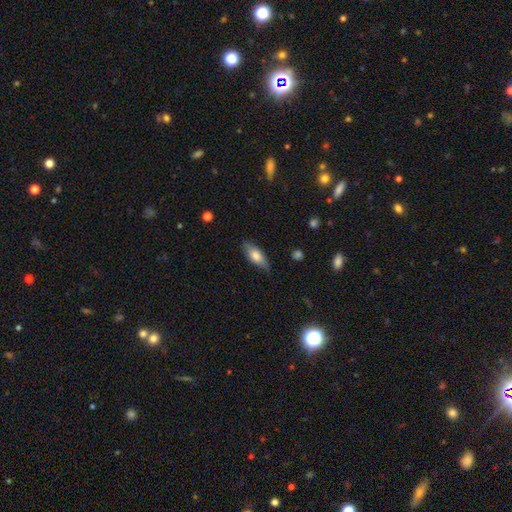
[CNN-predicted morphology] Smooth or featured? smooth (68%)
How rounded? in between (70%)
Merging? none (82%)